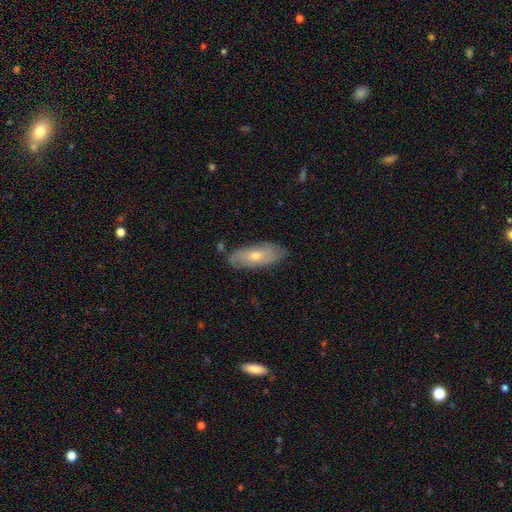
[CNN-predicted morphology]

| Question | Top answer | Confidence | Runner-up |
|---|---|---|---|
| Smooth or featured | smooth | 50% | featured or disk (44%) |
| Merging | none | 82% | minor disturbance (14%) |